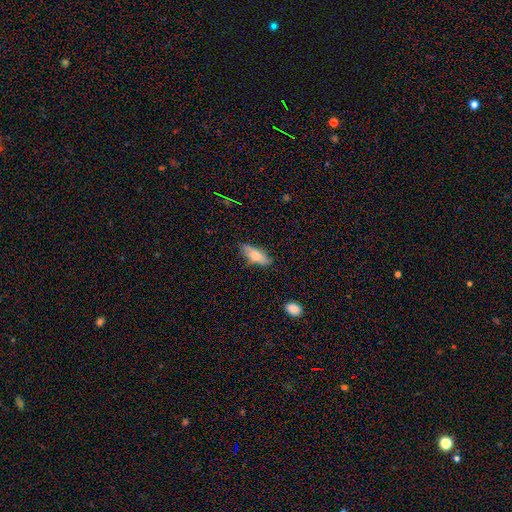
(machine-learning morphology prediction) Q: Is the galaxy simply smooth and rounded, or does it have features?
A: smooth — 73%.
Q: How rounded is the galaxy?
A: in between — 69%.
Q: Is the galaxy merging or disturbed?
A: none — 75%.